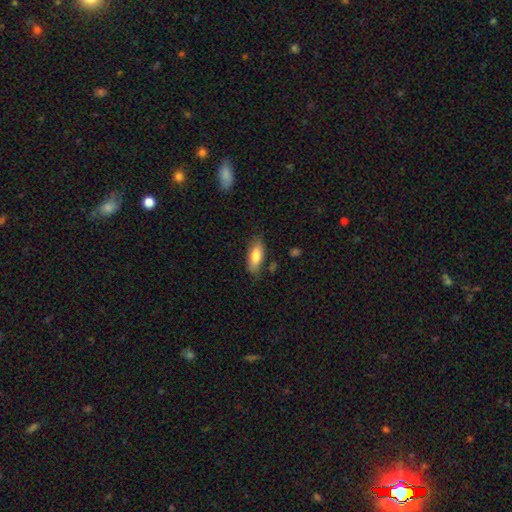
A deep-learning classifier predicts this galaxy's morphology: This appears to be a smooth galaxy with no disk features (78%) that is in between round and cigar-shaped (73%). Merging: none (77%).